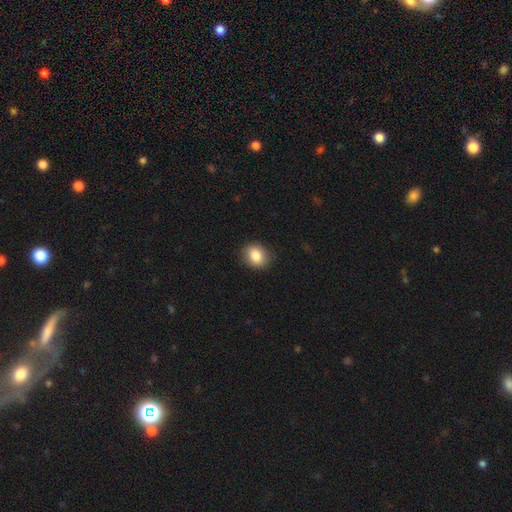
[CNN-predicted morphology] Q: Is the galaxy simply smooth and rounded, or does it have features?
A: smooth — 85%.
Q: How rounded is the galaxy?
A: round — 56%.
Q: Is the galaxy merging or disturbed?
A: none — 88%.